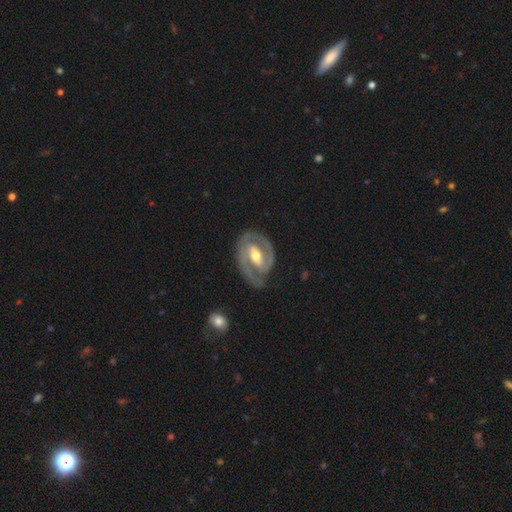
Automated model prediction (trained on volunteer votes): Smooth or featured? featured or disk (87%)
Edge-on disk? no (97%)
Bar? strong (46%)
Spiral arms? yes (88%)
Spiral winding? tight (53%)
Spiral arm count? 2 (80%)
Bulge size? moderate (68%)
Merging? none (72%)